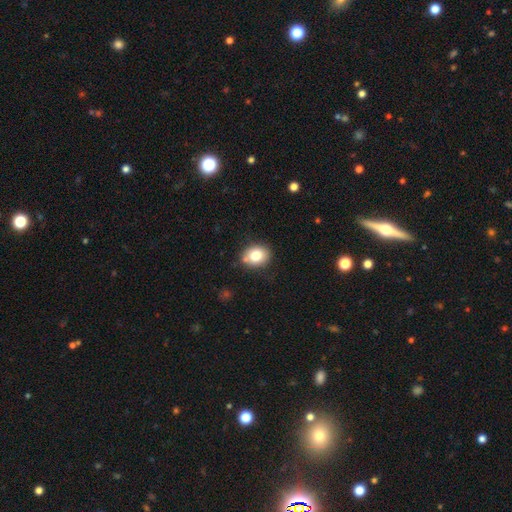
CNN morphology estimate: A smooth galaxy with no disk features (79%) that is round (53%). Merging: none (77%).